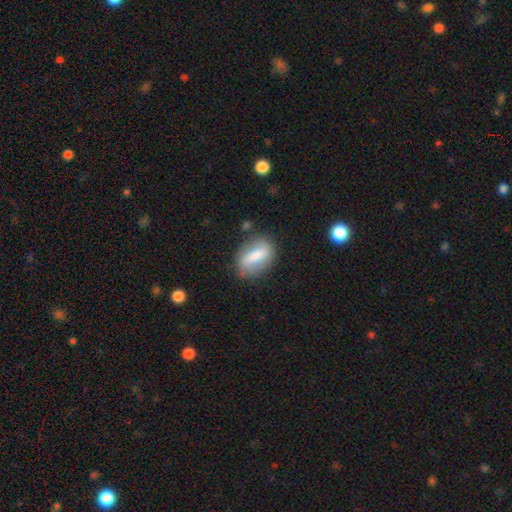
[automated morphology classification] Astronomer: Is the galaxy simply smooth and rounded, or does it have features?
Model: smooth — 68%.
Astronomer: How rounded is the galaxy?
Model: in between — 81%.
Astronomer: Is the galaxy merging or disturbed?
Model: none — 71%.